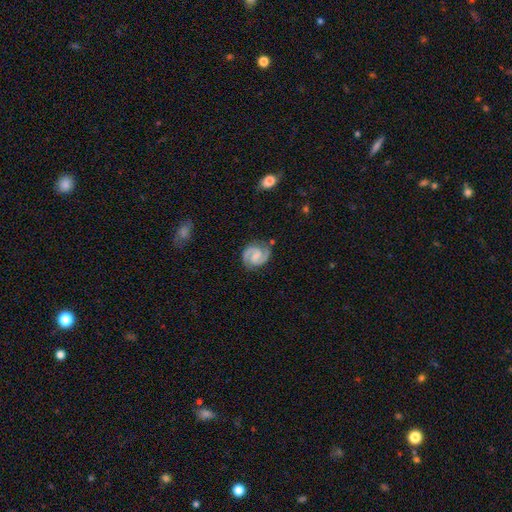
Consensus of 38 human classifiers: Smooth or featured?
  - featured or disk: 82% *
  - smooth: 16%
  - star or artifact: 3%
Edge-on disk?
  - no: 100% *
  - yes: 0%
Bar?
  - weak: 71% *
  - no: 19%
  - strong: 10%
Spiral arms?
  - yes: 100% *
  - no: 0%
Spiral winding?
  - tight: 48% *
  - medium: 45%
  - loose: 6%
Spiral arm count?
  - 2: 94% *
  - 3: 6%
  - 1: 0%
  - 4: 0%
  - more than 4: 0%
  - can't tell: 0%
Bulge size?
  - moderate: 48% *
  - small: 35%
  - none: 13%
  - dominant: 3%
  - large: 0%
Merging?
  - none: 76% *
  - minor disturbance: 16%
  - major disturbance: 8%
  - merger: 0%